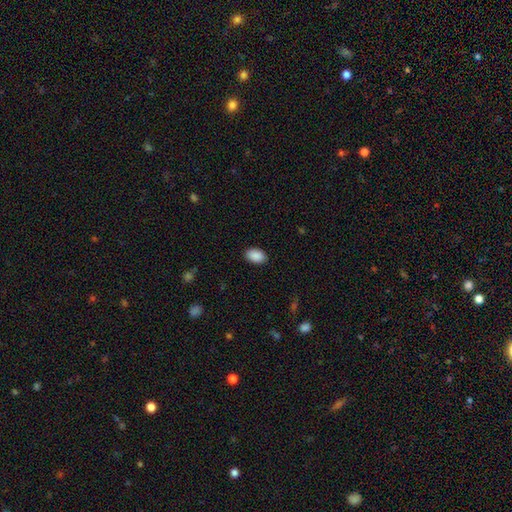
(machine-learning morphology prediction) This is clearly a smooth galaxy (90%). How rounded: clearly in between (92%). Merging: clearly none (89%).